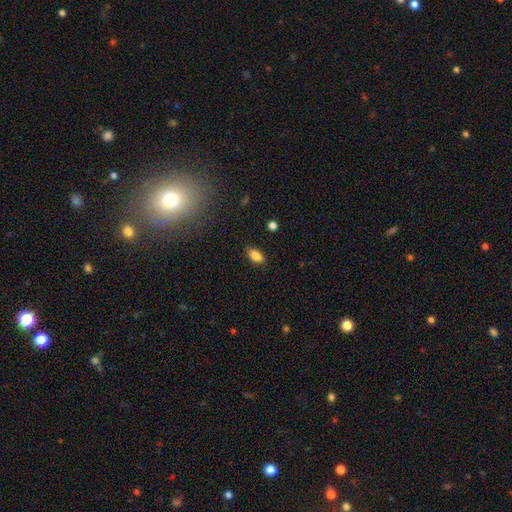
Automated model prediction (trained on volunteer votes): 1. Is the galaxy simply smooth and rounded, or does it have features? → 85% smooth, 8% star or artifact, 6% featured or disk.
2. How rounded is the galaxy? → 89% in between, 6% cigar-shaped, 4% round.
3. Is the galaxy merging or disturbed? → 87% none, 10% minor disturbance, 2% major disturbance, 1% merger.